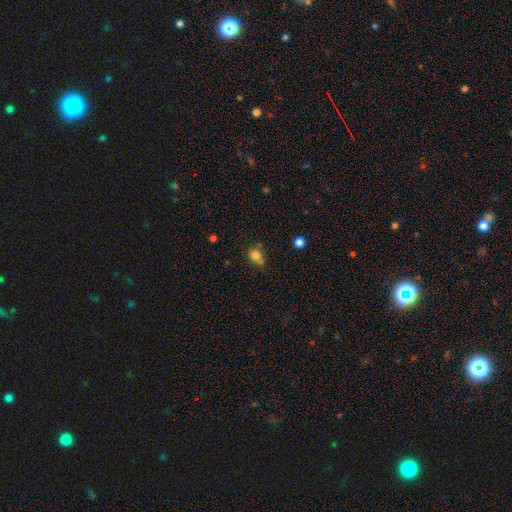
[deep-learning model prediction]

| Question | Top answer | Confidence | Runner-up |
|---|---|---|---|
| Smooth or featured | smooth | 79% | star or artifact (13%) |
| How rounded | round | 78% | in between (21%) |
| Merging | none | 59% | minor disturbance (20%) |